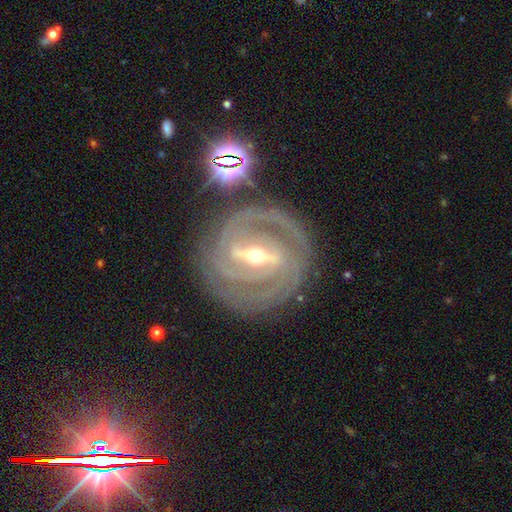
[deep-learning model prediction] smooth-or-featured: featured or disk: 91% | star or artifact: 5% | smooth: 3%
  disk-edge-on: no: 95% | yes: 5%
    bar: strong: 73% | weak: 21% | no: 5%
    has-spiral-arms: yes: 97% | no: 3%
      spiral-winding: tight: 77% | medium: 20% | loose: 3%
      spiral-arm-count: 2: 35% | 3: 29% | can't tell: 14% | 4: 13% | more than 4: 5% | 1: 5%
    bulge-size: moderate: 51% | small: 45% | large: 2% | none: 1% | dominant: 1%
  merging: none: 81% | minor disturbance: 12% | major disturbance: 5% | merger: 3%